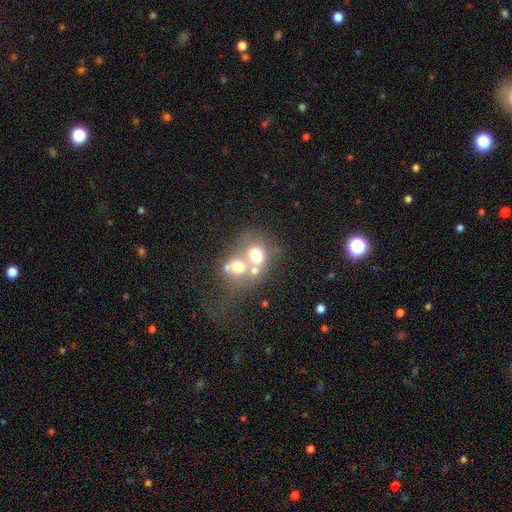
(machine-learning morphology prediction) Q: Smooth or featured?
A: smooth (59%); runner-up: featured or disk (27%)
Q: How rounded?
A: round (65%); runner-up: in between (34%)
Q: Merging?
A: merger (62%); runner-up: none (25%)